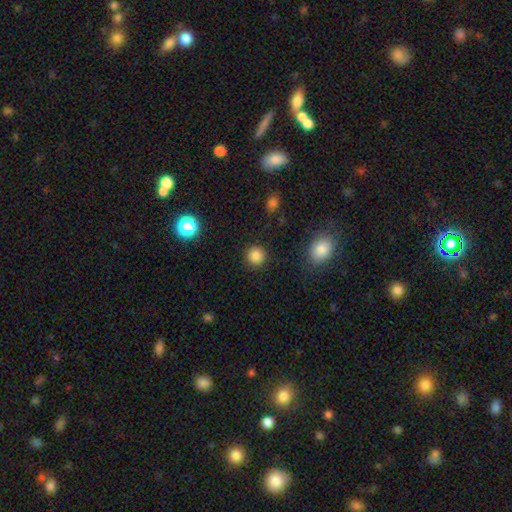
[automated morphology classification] Smooth or featured? smooth (85%)
How rounded? round (93%)
Merging? none (90%)